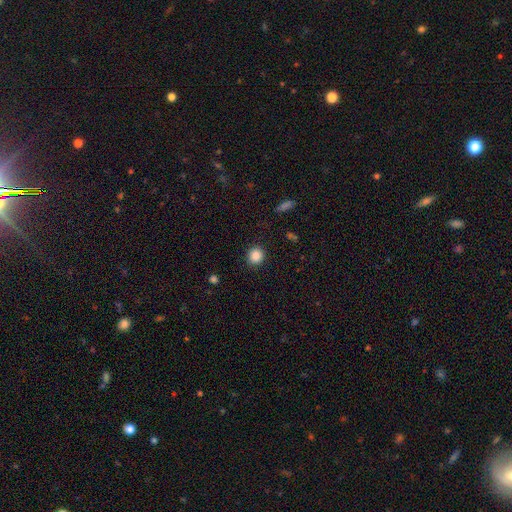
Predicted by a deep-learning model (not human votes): The model was most divided on "smooth or featured": smooth: 87%, star or artifact: 10%, featured or disk: 3%. More confident: merging — none (90%); how rounded — round (88%).